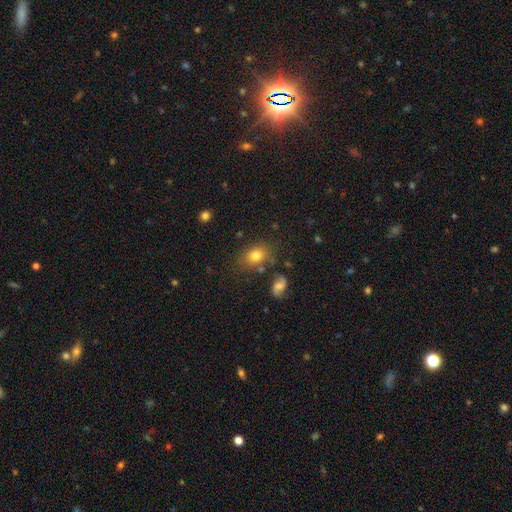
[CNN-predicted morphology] Overall: smooth (77%). How rounded: in between (66%; round 32%). Merging: none (71%).